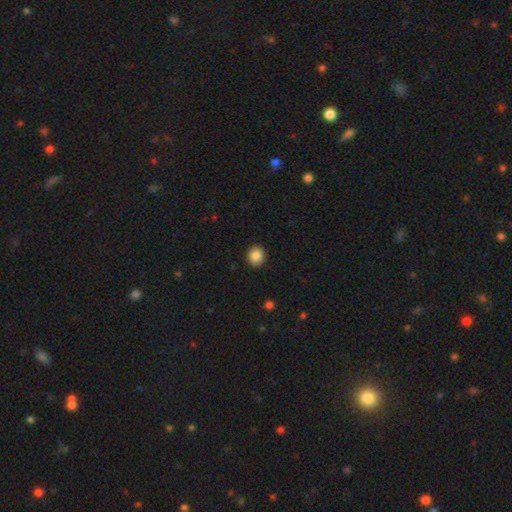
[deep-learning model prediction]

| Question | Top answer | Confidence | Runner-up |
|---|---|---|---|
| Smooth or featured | smooth | 87% | star or artifact (9%) |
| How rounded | round | 84% | in between (15%) |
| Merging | none | 91% | minor disturbance (6%) |